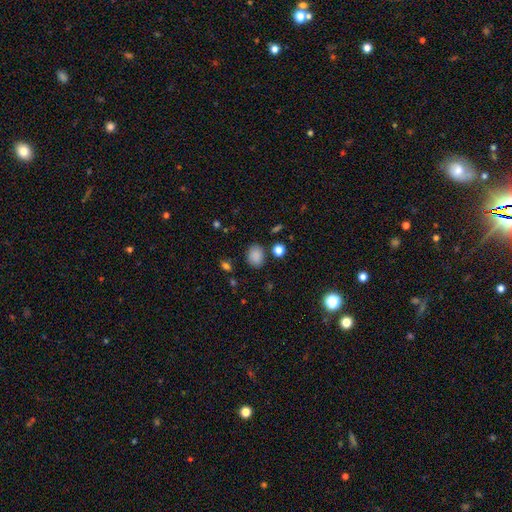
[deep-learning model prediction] This appears to be a smooth galaxy with no disk features (85%) that is in between round and cigar-shaped (55%). Merging: none (80%).